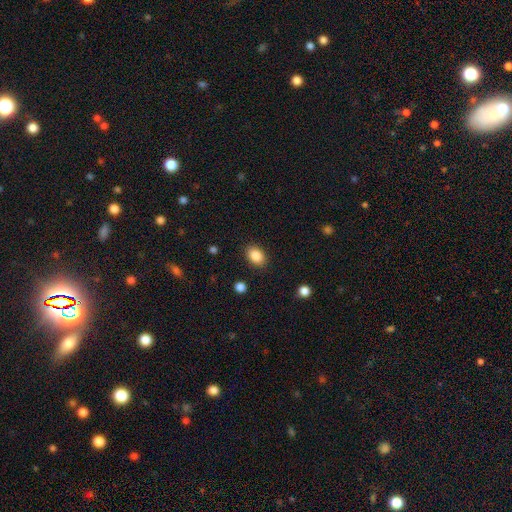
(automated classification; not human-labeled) This appears to be a smooth galaxy with no disk features (87%) that is in between round and cigar-shaped (73%). Merging: none (87%).